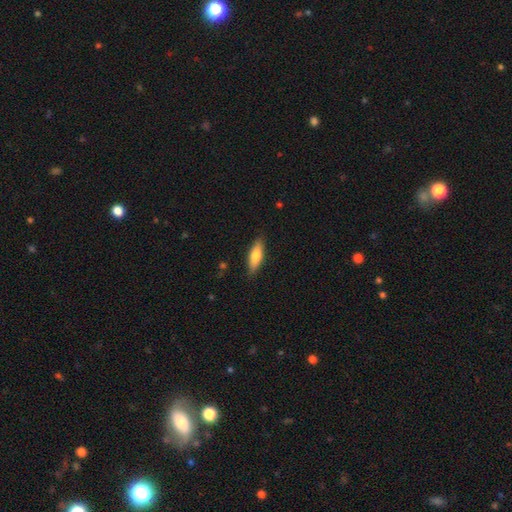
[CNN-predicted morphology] Smooth or featured?
  - smooth: 73% *
  - featured or disk: 21%
  - star or artifact: 6%
How rounded?
  - in between: 54% *
  - cigar-shaped: 44%
  - round: 2%
Merging?
  - none: 86% *
  - minor disturbance: 10%
  - major disturbance: 2%
  - merger: 1%